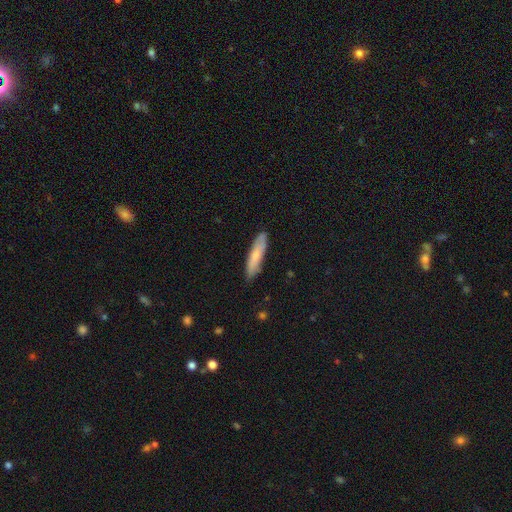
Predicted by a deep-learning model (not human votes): Smooth or featured? smooth (69%)
How rounded? cigar-shaped (80%)
Merging? none (84%)